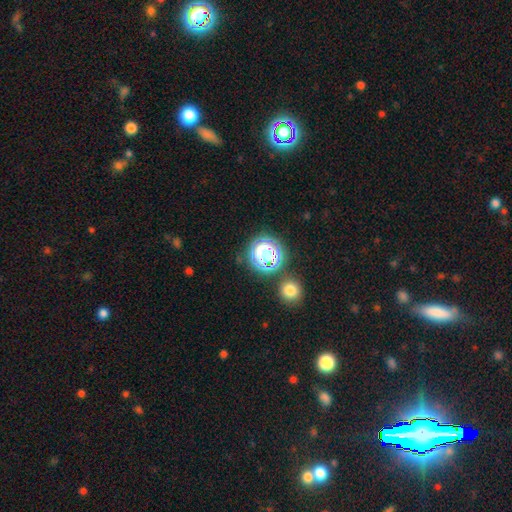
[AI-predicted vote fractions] This is likely a star or artifact rather than a galaxy (68%).